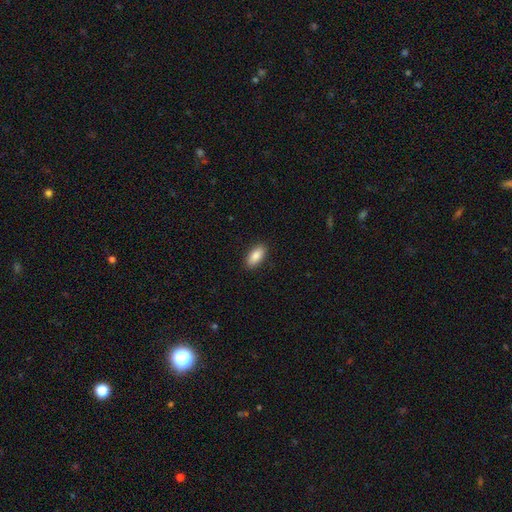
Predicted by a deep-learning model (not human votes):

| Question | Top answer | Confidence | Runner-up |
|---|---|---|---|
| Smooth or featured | smooth | 88% | star or artifact (7%) |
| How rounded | in between | 90% | cigar-shaped (7%) |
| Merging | none | 90% | minor disturbance (7%) |